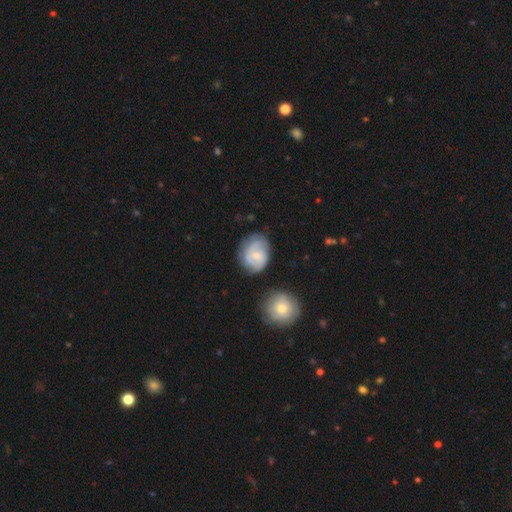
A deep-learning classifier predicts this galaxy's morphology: This appears to be a featured or disk galaxy (57%) with no bar (58%), spiral arms (86%) and a small central bulge (56%). Merging: none (63%).